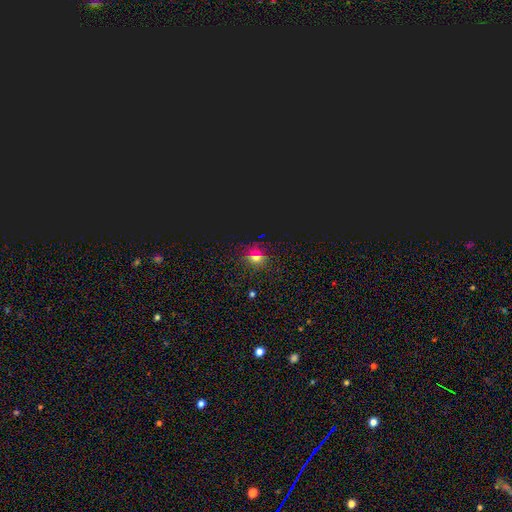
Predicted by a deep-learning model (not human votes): Q: Smooth or featured?
A: smooth (47%); runner-up: star or artifact (45%)
Q: Merging?
A: none (87%); runner-up: minor disturbance (8%)